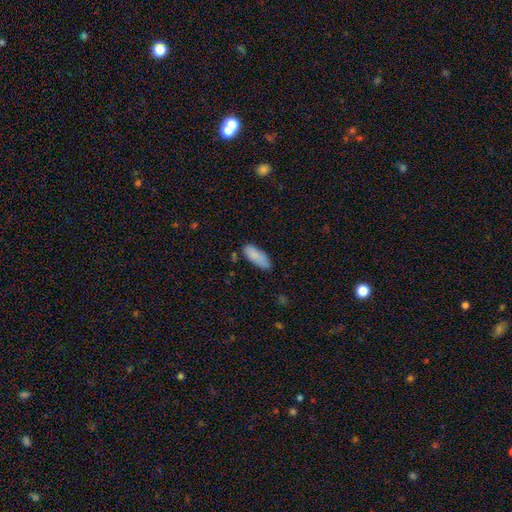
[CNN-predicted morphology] smooth-or-featured: smooth: 85% | featured or disk: 8% | star or artifact: 6%
  how-rounded: in between: 79% | cigar-shaped: 20% | round: 2%
  merging: none: 73% | minor disturbance: 20% | major disturbance: 4% | merger: 3%